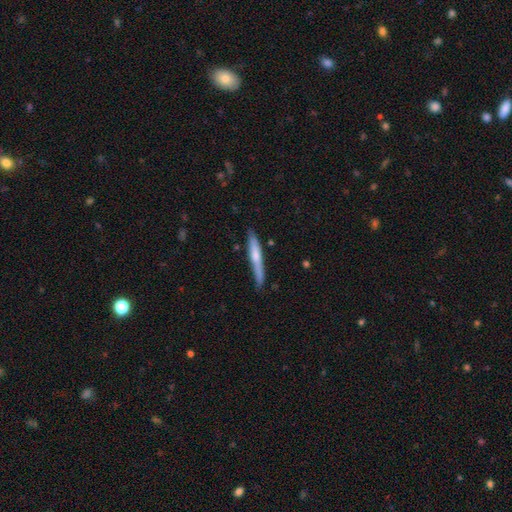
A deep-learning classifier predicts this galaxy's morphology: smooth-or-featured: smooth: 55% | featured or disk: 40% | star or artifact: 5%
  how-rounded: cigar-shaped: 94% | in between: 5% | round: 1%
  merging: none: 81% | minor disturbance: 15% | major disturbance: 2% | merger: 2%